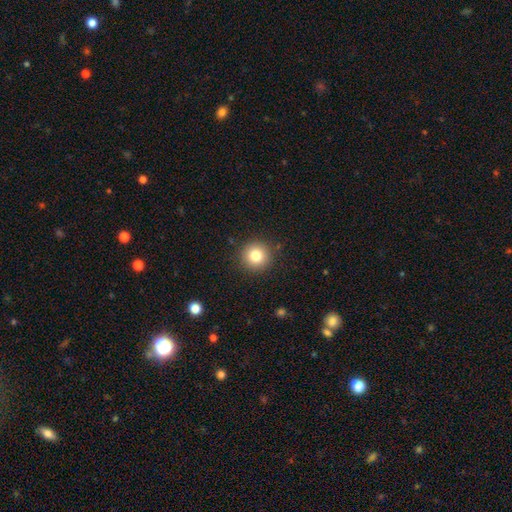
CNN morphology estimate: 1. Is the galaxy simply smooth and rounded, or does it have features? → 81% smooth, 11% star or artifact, 8% featured or disk.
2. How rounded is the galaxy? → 95% round, 4% in between, 1% cigar-shaped.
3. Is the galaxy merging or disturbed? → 90% none, 7% minor disturbance, 2% major disturbance, 1% merger.